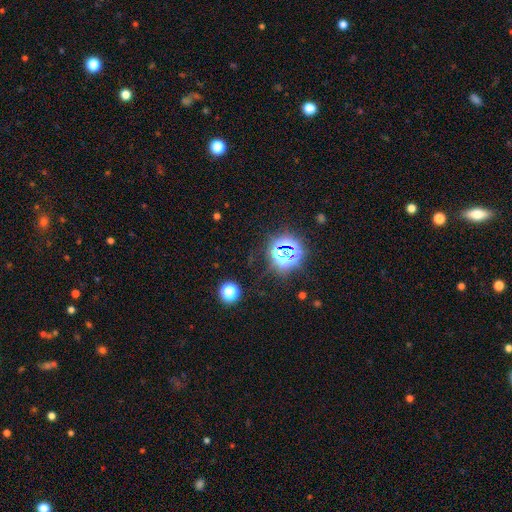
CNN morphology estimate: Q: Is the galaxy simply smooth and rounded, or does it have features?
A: star or artifact — 80%.